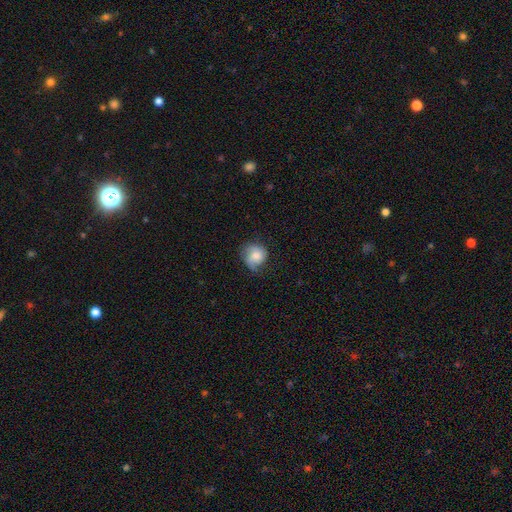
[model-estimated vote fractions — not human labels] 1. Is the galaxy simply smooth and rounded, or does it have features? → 66% smooth, 26% featured or disk, 8% star or artifact.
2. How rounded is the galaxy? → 78% round, 21% in between, 1% cigar-shaped.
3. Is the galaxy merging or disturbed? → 55% none, 31% minor disturbance, 12% major disturbance, 1% merger.